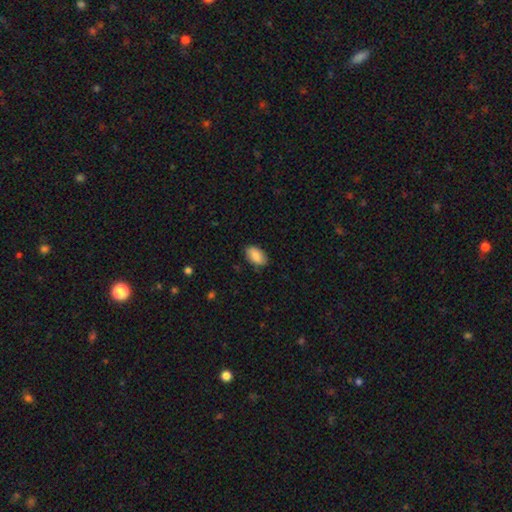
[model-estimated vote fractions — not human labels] The model was most divided on "merging": none: 84%, minor disturbance: 12%, major disturbance: 2%, merger: 1%. More confident: how rounded — in between (93%); smooth or featured — smooth (86%).